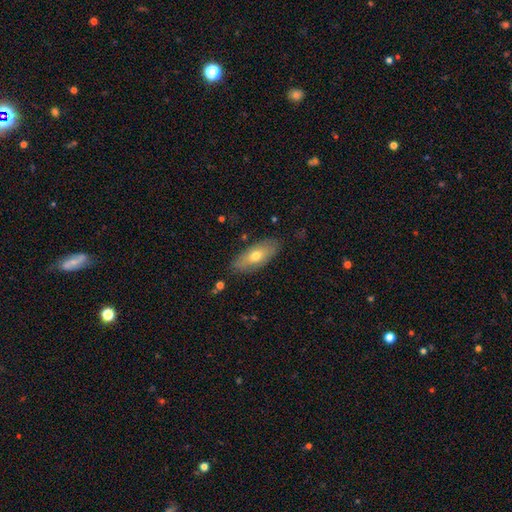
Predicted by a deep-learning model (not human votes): Overall: smooth (64%; featured or disk 29%). How rounded: in between (80%). Merging: none (83%).